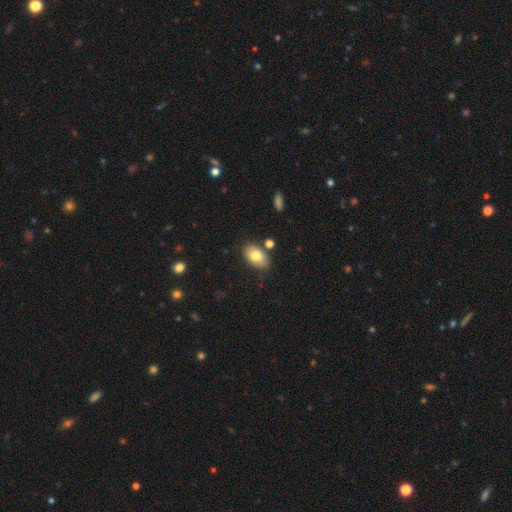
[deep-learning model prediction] smooth-or-featured: smooth: 80% | featured or disk: 13% | star or artifact: 7%
  how-rounded: in between: 91% | round: 7% | cigar-shaped: 1%
  merging: none: 77% | minor disturbance: 14% | merger: 6% | major disturbance: 3%